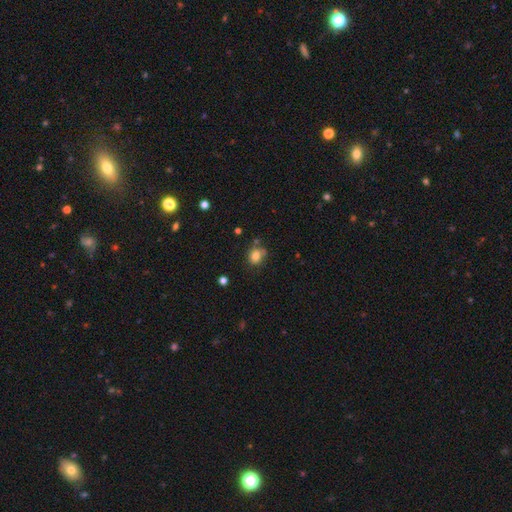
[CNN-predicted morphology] type=smooth (80%); roundness=round (67%); merging=none (65%).